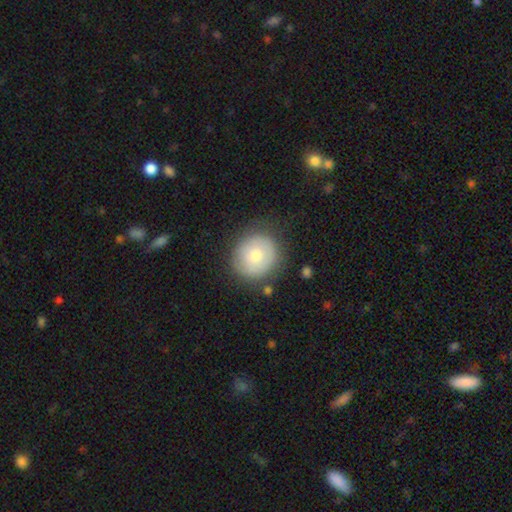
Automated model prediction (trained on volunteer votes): smooth_or_featured: smooth (p=0.70) [alt: featured or disk p=0.23]
how_rounded: round (p=0.89) [alt: in between p=0.10]
merging: none (p=0.81) [alt: minor disturbance p=0.13]